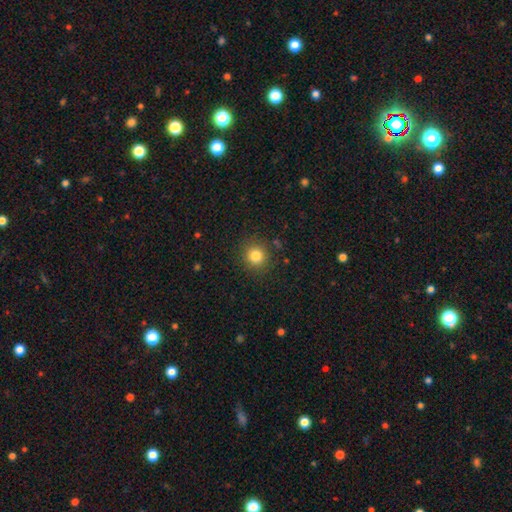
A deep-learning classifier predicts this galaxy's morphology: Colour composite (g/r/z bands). It shows a smooth galaxy with no disk features (82%) that is round (91%). Merging: none (88%).